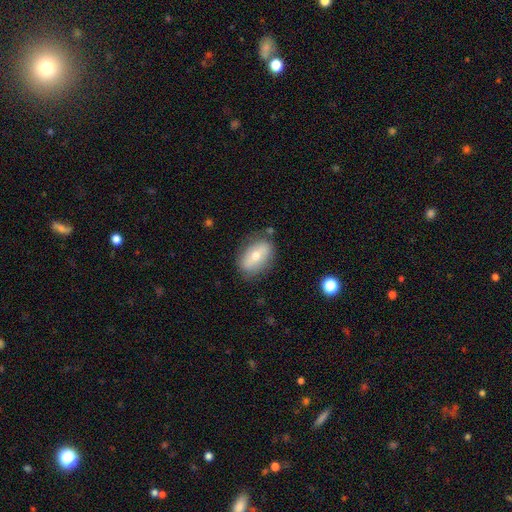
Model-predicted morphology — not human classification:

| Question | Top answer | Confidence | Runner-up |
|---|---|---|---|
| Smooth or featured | smooth | 56% | featured or disk (36%) |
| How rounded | in between | 87% | round (10%) |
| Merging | none | 77% | minor disturbance (16%) |